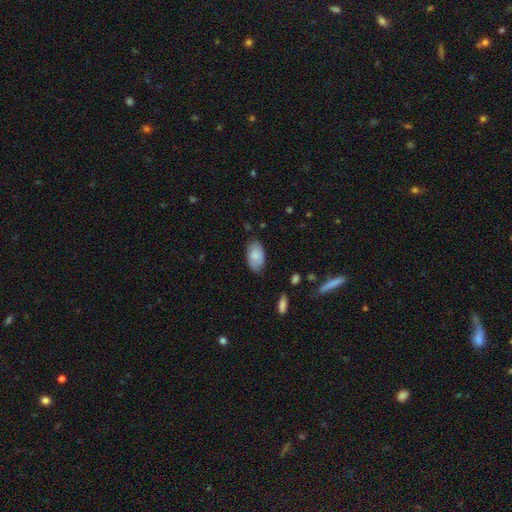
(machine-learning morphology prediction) type=smooth (80%); roundness=in between (94%); merging=none (76%).